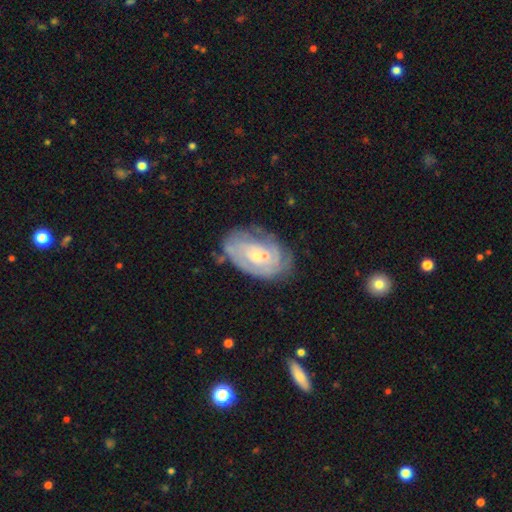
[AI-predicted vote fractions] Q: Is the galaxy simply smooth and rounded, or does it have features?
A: featured or disk — 72%.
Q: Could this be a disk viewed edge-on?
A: no — 96%.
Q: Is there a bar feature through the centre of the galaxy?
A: no — 76%.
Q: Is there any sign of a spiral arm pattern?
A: yes — 79%.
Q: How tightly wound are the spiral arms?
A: tight — 69%.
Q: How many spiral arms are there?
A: can't tell — 54%.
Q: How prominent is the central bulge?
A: small — 72%.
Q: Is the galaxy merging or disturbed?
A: none — 60%.